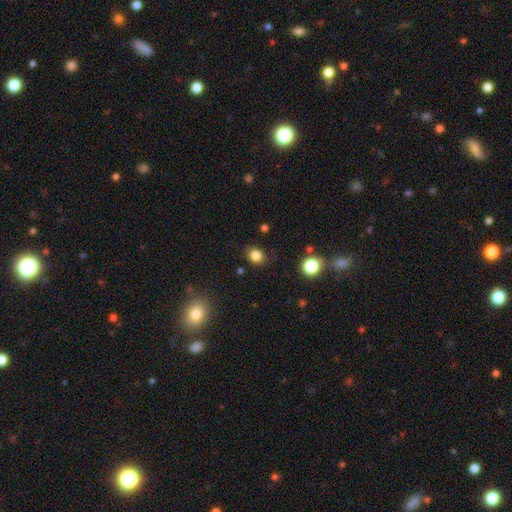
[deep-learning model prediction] A smooth galaxy with no disk features (83%) that is in between round and cigar-shaped (50%). Merging: none (85%).